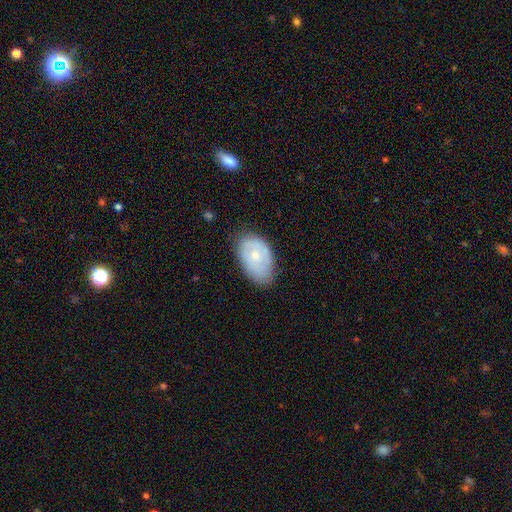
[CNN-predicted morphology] The model was most divided on "smooth or featured": smooth: 53%, featured or disk: 41%, star or artifact: 6%. More confident: how rounded — in between (89%); merging — none (62%).